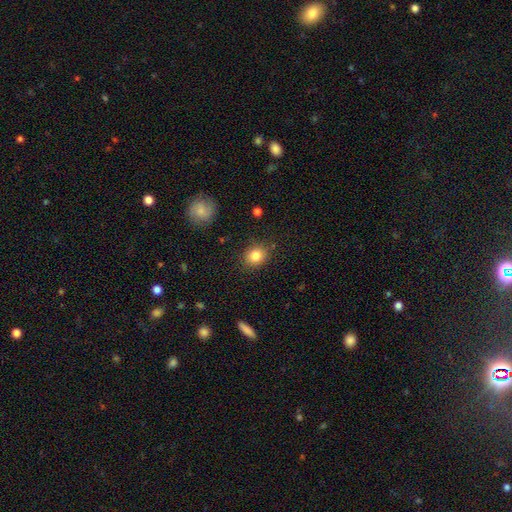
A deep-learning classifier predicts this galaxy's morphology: type=smooth (83%); roundness=round (62%); merging=none (85%).